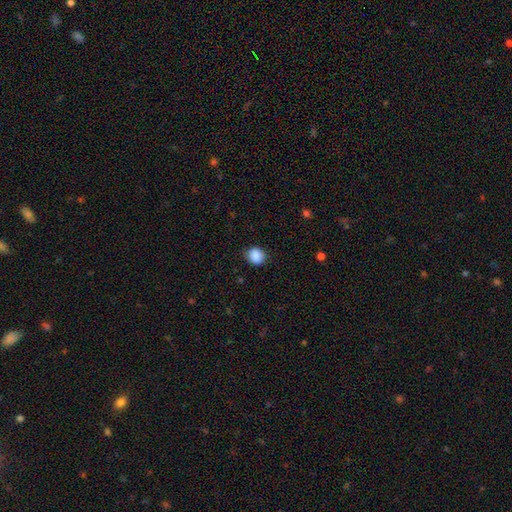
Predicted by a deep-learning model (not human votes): smooth_or_featured: smooth (p=0.89) [alt: star or artifact p=0.09]
how_rounded: round (p=0.76) [alt: in between p=0.23]
merging: none (p=0.85) [alt: minor disturbance p=0.11]